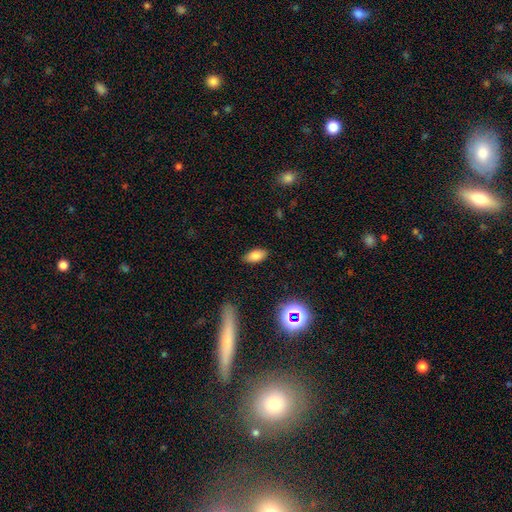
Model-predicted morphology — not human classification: A smooth galaxy with no disk features (80%) that is in between round and cigar-shaped (91%).

Vote fractions:
- Smooth or featured? smooth: 80% / star or artifact: 12% / featured or disk: 8%
- How rounded? in between: 91% / cigar-shaped: 5% / round: 4%
- Merging? none: 86% / minor disturbance: 10% / major disturbance: 3% / merger: 1%